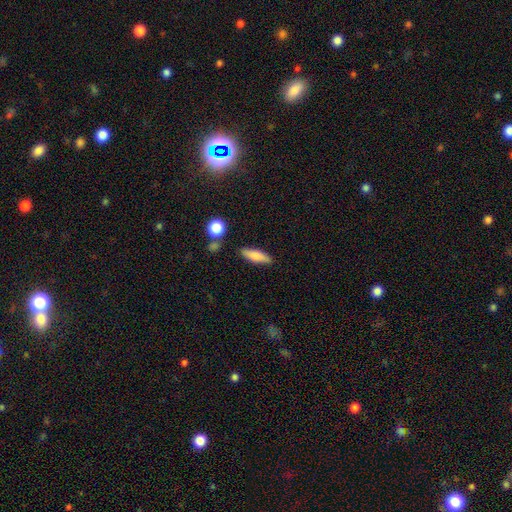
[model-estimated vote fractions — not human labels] Morphology: type=smooth (77%); roundness=cigar-shaped (53%); merging=none (82%).